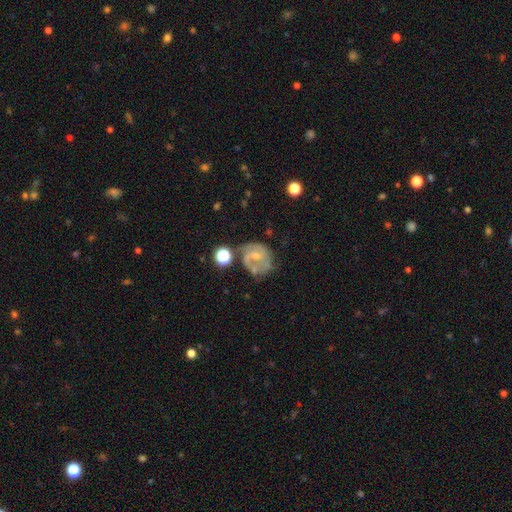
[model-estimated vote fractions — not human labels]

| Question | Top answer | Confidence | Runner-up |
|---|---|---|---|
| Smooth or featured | featured or disk | 70% | smooth (21%) |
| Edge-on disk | no | 98% | yes (2%) |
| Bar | no | 53% | weak (38%) |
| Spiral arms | yes | 81% | no (19%) |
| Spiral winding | medium | 46% | tight (31%) |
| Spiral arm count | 2 | 57% | can't tell (20%) |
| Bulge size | small | 62% | moderate (28%) |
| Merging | none | 43% | minor disturbance (24%) |